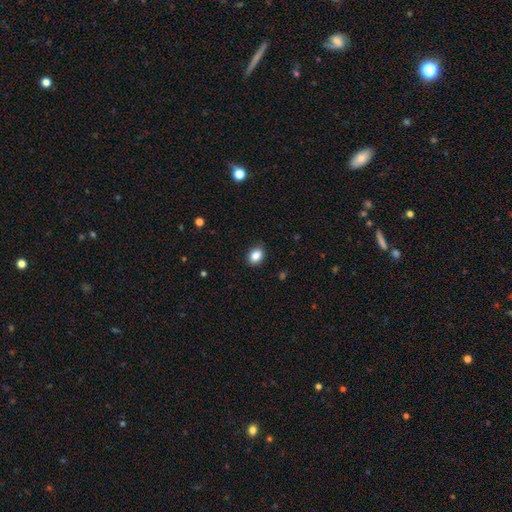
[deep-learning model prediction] Smooth or featured: smooth — 86% (star or artifact — 9%)
How rounded: in between — 71% (round — 28%)
Merging: none — 88% (minor disturbance — 9%)